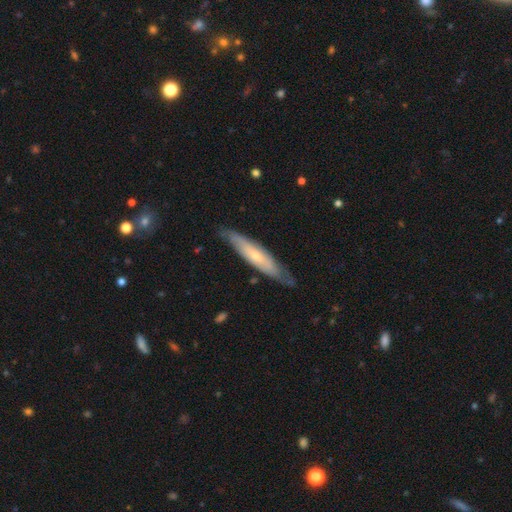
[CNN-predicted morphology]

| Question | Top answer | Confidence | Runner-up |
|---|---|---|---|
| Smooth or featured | featured or disk | 55% | smooth (40%) |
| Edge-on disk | yes | 62% | no (38%) |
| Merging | none | 79% | minor disturbance (16%) |